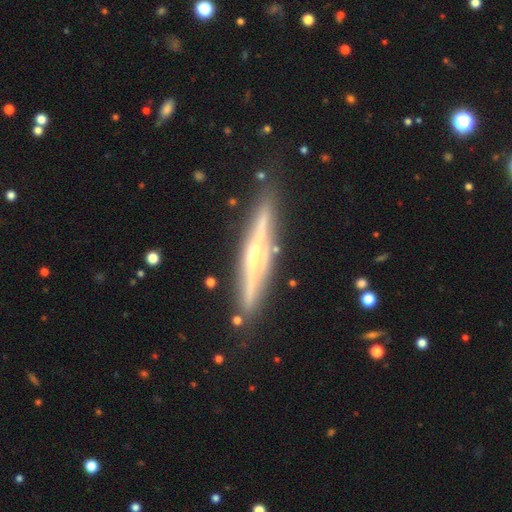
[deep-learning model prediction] Smooth or featured? featured or disk (80%)
Edge-on disk? yes (97%)
Edge-on bulge? rounded (72%)
Merging? none (87%)